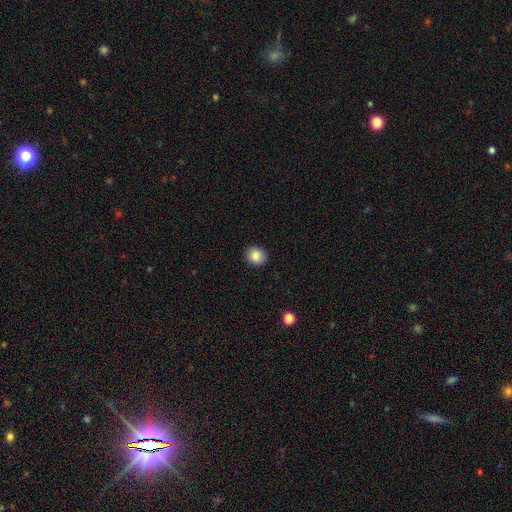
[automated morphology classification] Smooth or featured? smooth (87%)
How rounded? round (73%)
Merging? none (90%)